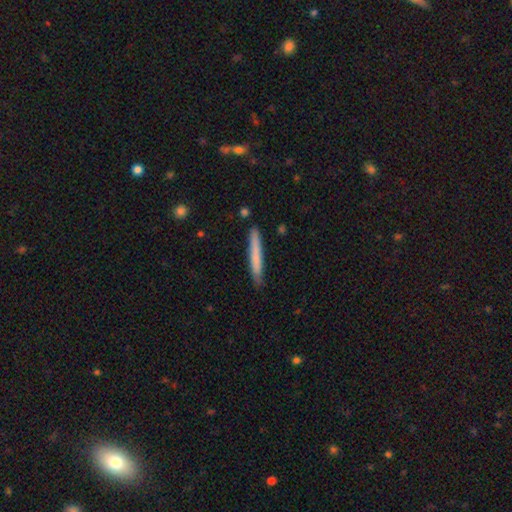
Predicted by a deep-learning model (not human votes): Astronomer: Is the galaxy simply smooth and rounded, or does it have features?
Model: smooth — 72%.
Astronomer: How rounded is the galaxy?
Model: cigar-shaped — 97%.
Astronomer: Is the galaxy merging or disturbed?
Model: none — 86%.